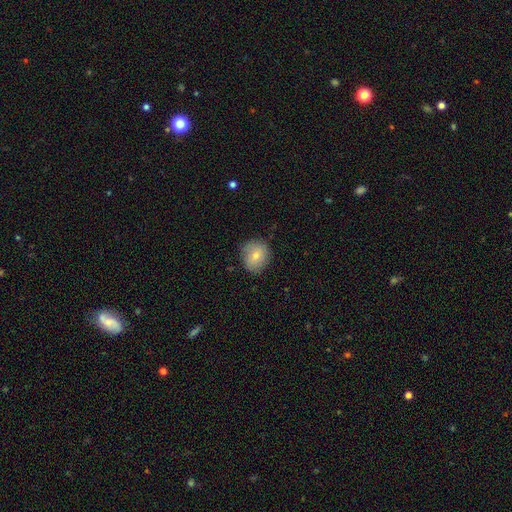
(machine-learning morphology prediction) Smooth or featured?
  - smooth: 77% *
  - featured or disk: 14%
  - star or artifact: 9%
How rounded?
  - round: 75% *
  - in between: 24%
  - cigar-shaped: 1%
Merging?
  - none: 80% *
  - minor disturbance: 16%
  - major disturbance: 3%
  - merger: 1%